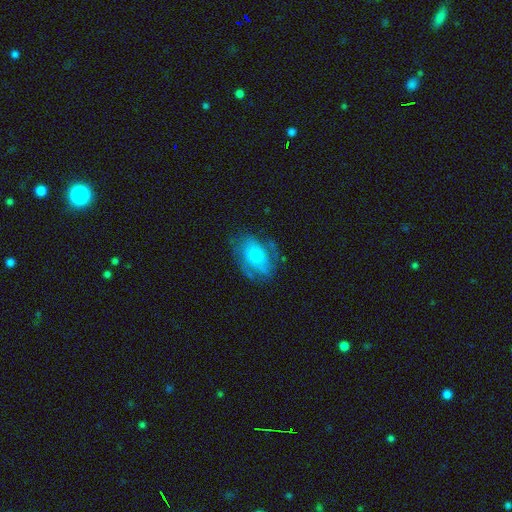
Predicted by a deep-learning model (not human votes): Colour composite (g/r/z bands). It shows a smooth galaxy with no disk features (50%). Merging: none (56%).